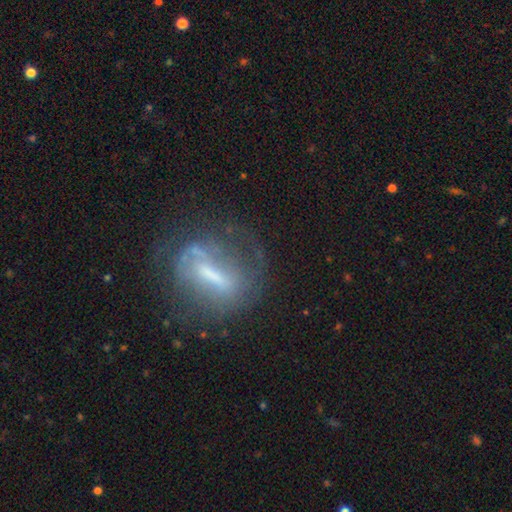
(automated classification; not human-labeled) Smooth or featured? Predicted: featured or disk (p=0.64). Edge-on disk? Predicted: no (p=0.79). Bar? Predicted: strong (p=0.59). Spiral arms? Predicted: yes (p=0.54). Bulge size? Predicted: small (p=0.36). Merging? Predicted: none (p=0.60).